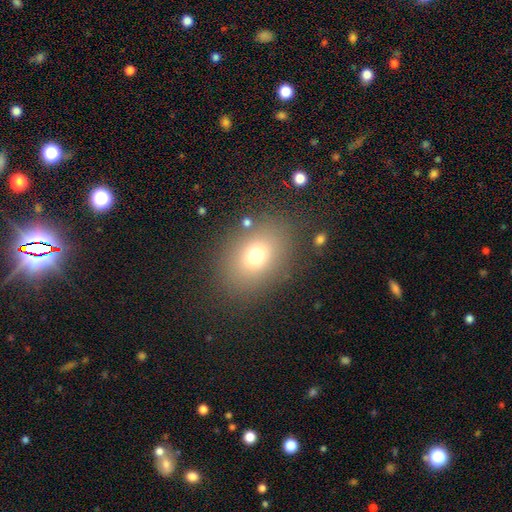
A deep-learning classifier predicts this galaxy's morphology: Smooth or featured: smooth — 71% (star or artifact — 16%)
How rounded: in between — 61% (round — 38%)
Merging: none — 81% (minor disturbance — 10%)